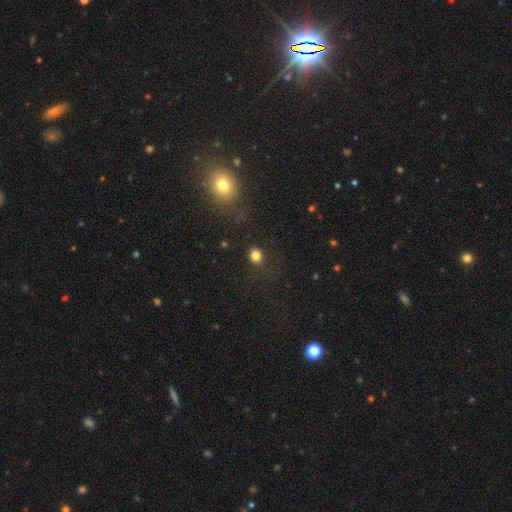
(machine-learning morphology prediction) A smooth galaxy with no disk features (81%) that is round (72%).

Vote fractions:
- Smooth or featured? smooth: 81% / star or artifact: 14% / featured or disk: 5%
- How rounded? round: 72% / in between: 26% / cigar-shaped: 1%
- Merging? none: 84% / minor disturbance: 10% / major disturbance: 4% / merger: 2%